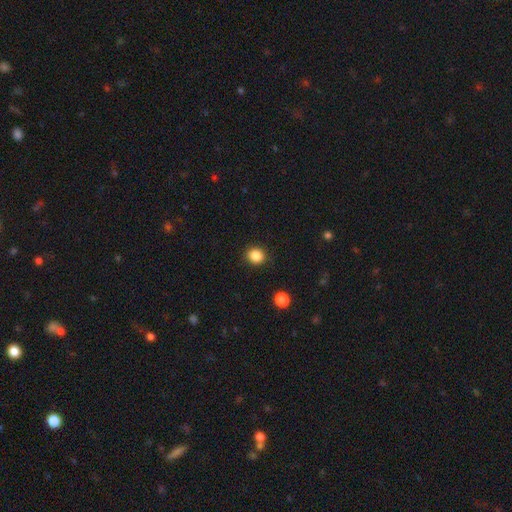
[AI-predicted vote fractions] This appears to be a smooth galaxy with no disk features (86%) that is round (79%). Merging: none (89%).